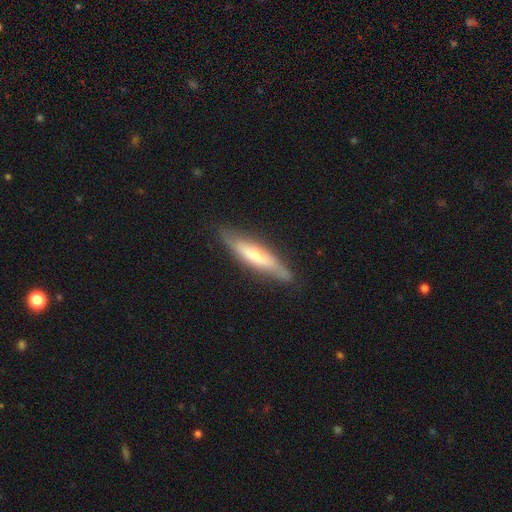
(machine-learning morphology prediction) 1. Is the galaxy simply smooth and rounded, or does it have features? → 48% smooth, 46% featured or disk, 6% star or artifact.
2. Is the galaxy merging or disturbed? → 80% none, 15% minor disturbance, 3% major disturbance, 1% merger.